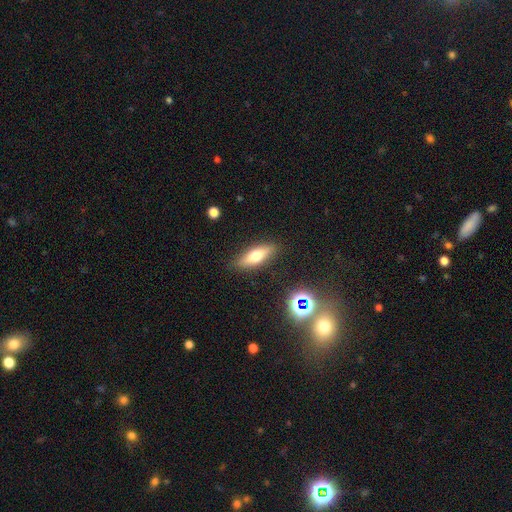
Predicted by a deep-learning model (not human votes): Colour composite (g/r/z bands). It shows a smooth galaxy with no disk features (59%) that is in between round and cigar-shaped (53%). Merging: none (87%).